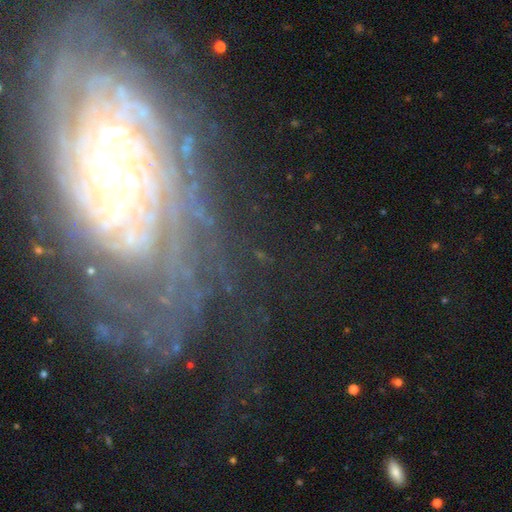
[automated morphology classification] Overall: featured or disk (84%). Edge-on disk: no (94%). Bar: no (56%; weak 29%). Spiral arms: yes (95%). Spiral arm count: can't tell (36%; more than 4 24%). Spiral winding: tight (79%). Bulge size: small (67%). Merging: none (71%).